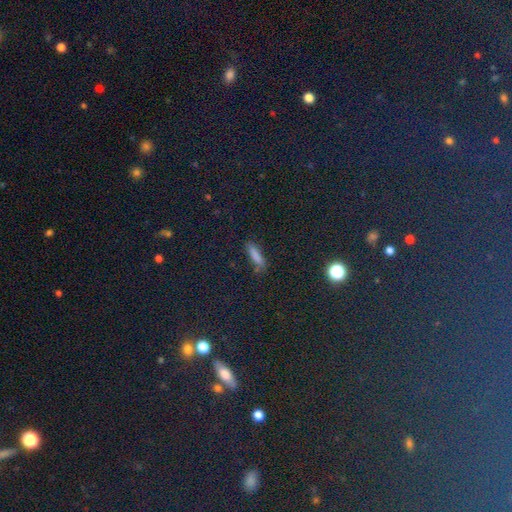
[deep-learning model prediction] Smooth or featured? Predicted: smooth (p=0.74). How rounded? Predicted: cigar-shaped (p=0.69). Merging? Predicted: none (p=0.73).